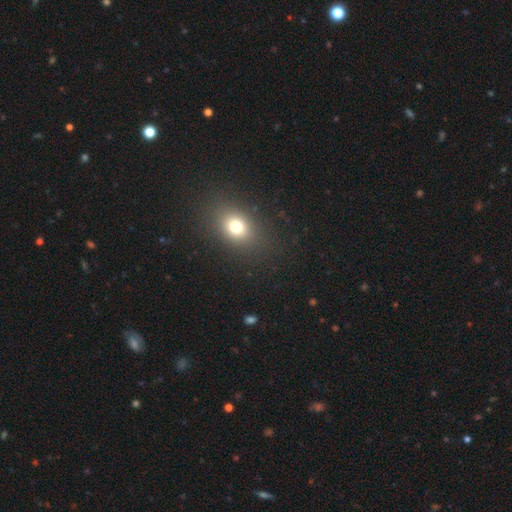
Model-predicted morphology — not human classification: This appears to be a smooth galaxy with no disk features (67%) that is in between round and cigar-shaped (59%). Merging: none (91%).